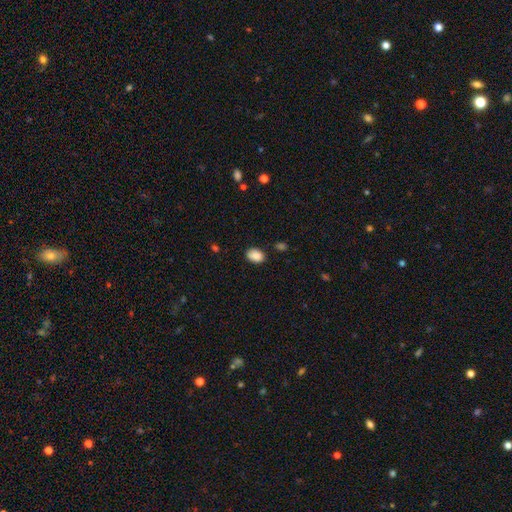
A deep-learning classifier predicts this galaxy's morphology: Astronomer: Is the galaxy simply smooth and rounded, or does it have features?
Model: smooth — 88%.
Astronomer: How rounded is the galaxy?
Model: in between — 82%.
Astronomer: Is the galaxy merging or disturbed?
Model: none — 81%.